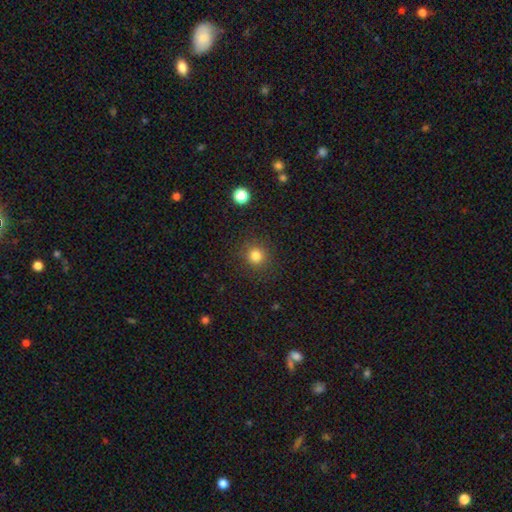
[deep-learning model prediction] smooth_or_featured: smooth (p=0.82) [alt: star or artifact p=0.13]
how_rounded: round (p=0.92) [alt: in between p=0.08]
merging: none (p=0.89) [alt: minor disturbance p=0.07]